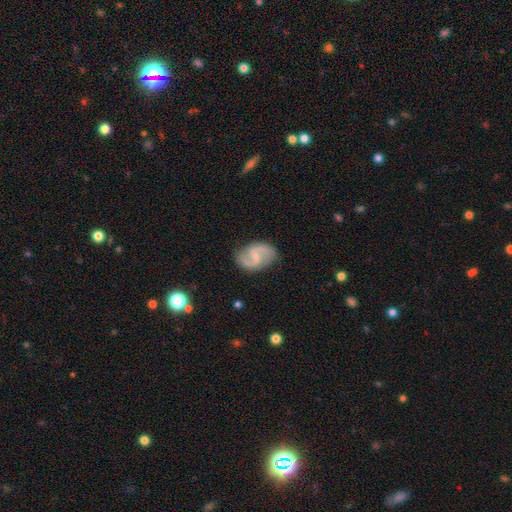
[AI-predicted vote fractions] smooth_or_featured: featured or disk (p=0.86) [alt: smooth p=0.09]
disk_edge_on: no (p=0.98) [alt: yes p=0.02]
bar: weak (p=0.52) [alt: no p=0.38]
has_spiral_arms: yes (p=0.97) [alt: no p=0.03]
spiral_winding: medium (p=0.57) [alt: loose p=0.25]
spiral_arm_count: 2 (p=0.93) [alt: can't tell p=0.03]
bulge_size: small (p=0.60) [alt: moderate p=0.23]
merging: none (p=0.83) [alt: minor disturbance p=0.12]